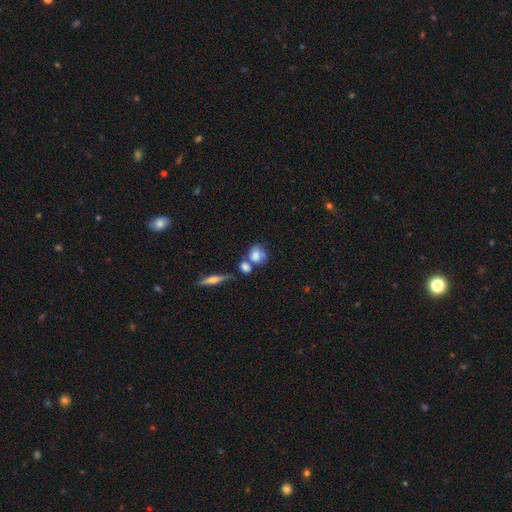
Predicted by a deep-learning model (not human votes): Q: Smooth or featured?
A: smooth (73%); runner-up: featured or disk (18%)
Q: How rounded?
A: in between (52%); runner-up: round (45%)
Q: Merging?
A: none (38%); runner-up: merger (37%)